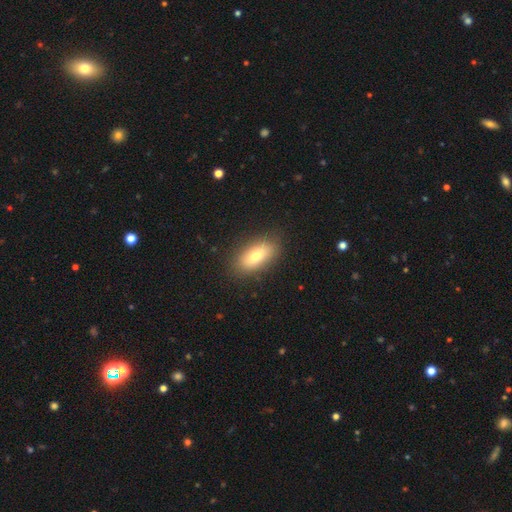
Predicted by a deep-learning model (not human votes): Smooth or featured? smooth (74%)
How rounded? in between (86%)
Merging? none (86%)